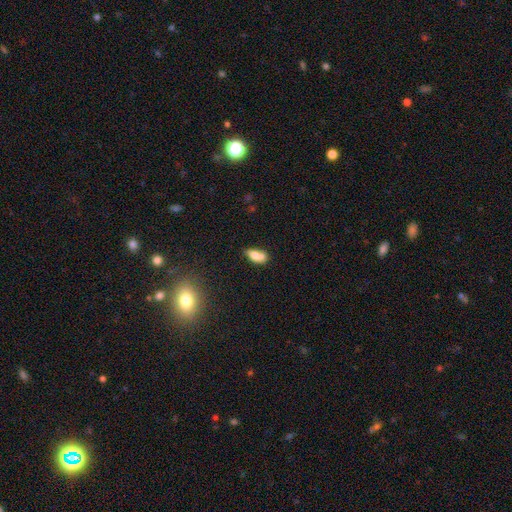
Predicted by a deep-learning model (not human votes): smooth-or-featured: smooth: 73% | featured or disk: 18% | star or artifact: 9%
  how-rounded: in between: 80% | cigar-shaped: 15% | round: 6%
  merging: none: 41% | merger: 26% | minor disturbance: 24% | major disturbance: 9%